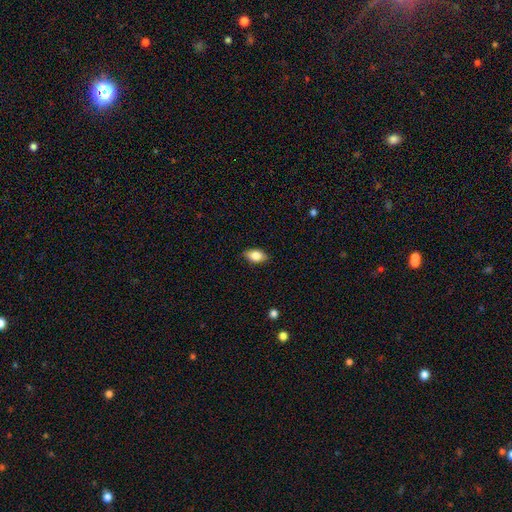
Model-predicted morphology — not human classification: Smooth or featured?
  - smooth: 82% *
  - featured or disk: 11%
  - star or artifact: 7%
How rounded?
  - in between: 89% *
  - round: 7%
  - cigar-shaped: 3%
Merging?
  - none: 86% *
  - minor disturbance: 11%
  - major disturbance: 2%
  - merger: 1%